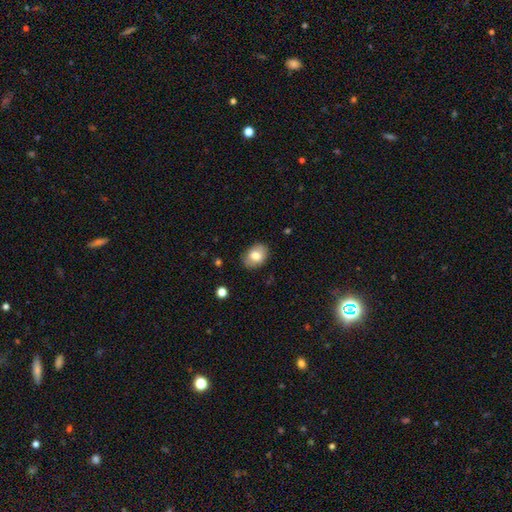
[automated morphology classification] Smooth or featured: smooth — 77% (featured or disk — 15%)
How rounded: in between — 74% (round — 25%)
Merging: none — 84% (minor disturbance — 12%)